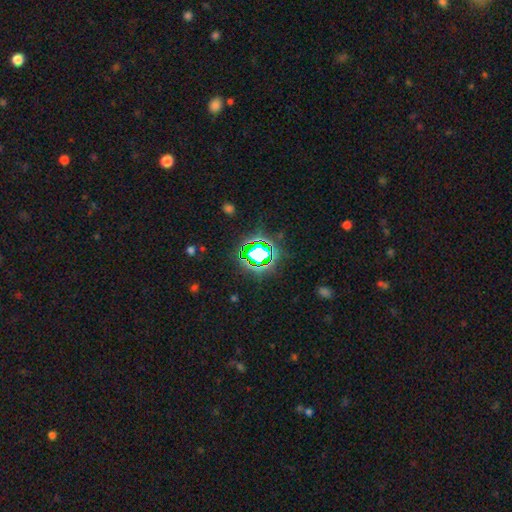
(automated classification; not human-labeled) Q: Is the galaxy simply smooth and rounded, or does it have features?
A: star or artifact — 77%.